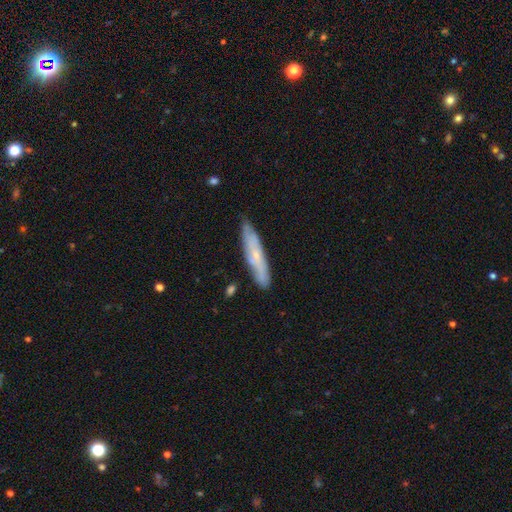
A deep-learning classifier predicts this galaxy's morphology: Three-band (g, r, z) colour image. It shows a featured or disk galaxy (49%). Merging: none (81%).